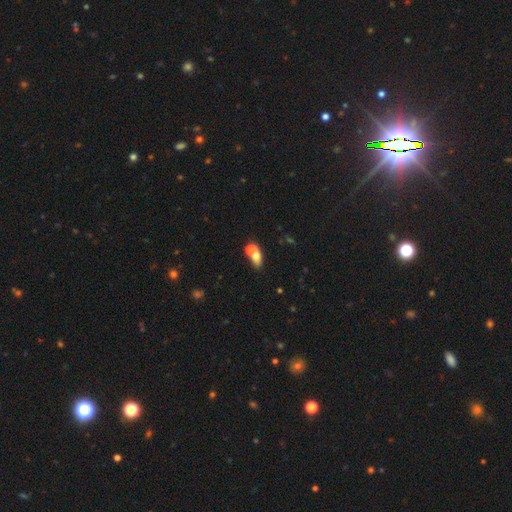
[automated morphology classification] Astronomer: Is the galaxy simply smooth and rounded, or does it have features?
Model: smooth — 68%.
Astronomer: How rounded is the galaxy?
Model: in between — 71%.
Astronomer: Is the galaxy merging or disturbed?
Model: merger — 56% (runner-up: none, 31%).